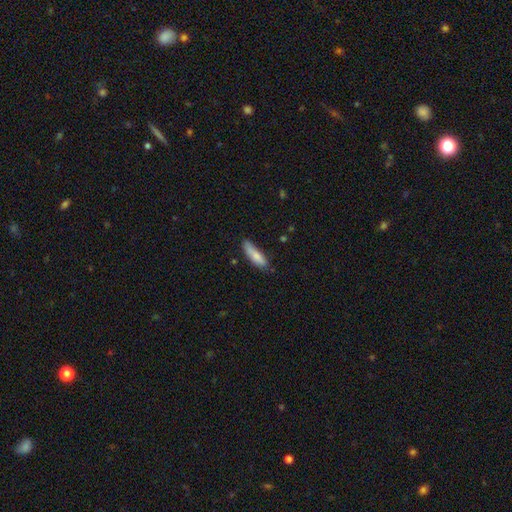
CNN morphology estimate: Overall: smooth (82%). How rounded: cigar-shaped (65%; in between 33%). Merging: none (68%).